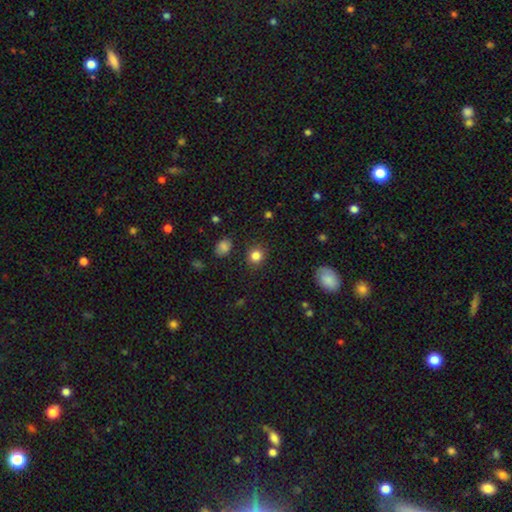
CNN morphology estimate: A smooth galaxy with no disk features (84%) that is round (80%). Merging: none (88%).